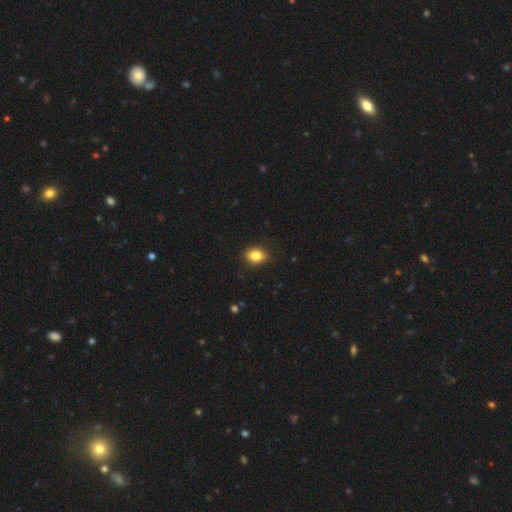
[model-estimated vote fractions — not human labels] Smooth or featured? Predicted: smooth (p=0.84). How rounded? Predicted: in between (p=0.69). Merging? Predicted: none (p=0.85).